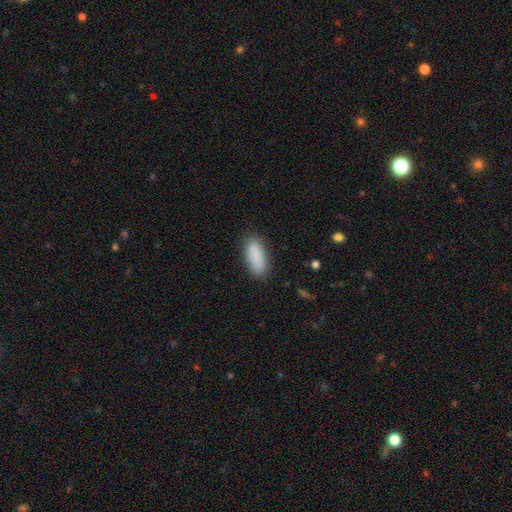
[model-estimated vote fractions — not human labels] Morphology: type=smooth (89%); roundness=in between (80%); merging=none (84%).